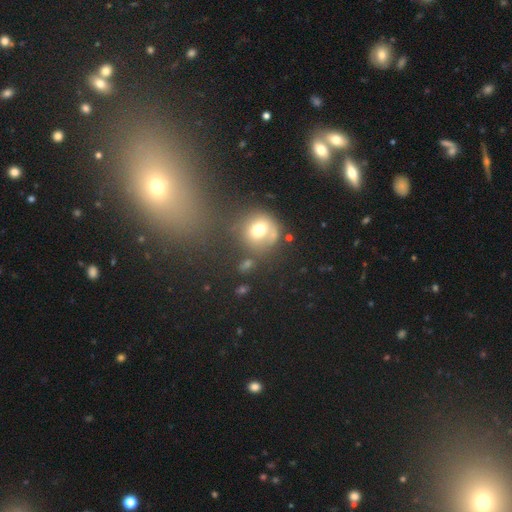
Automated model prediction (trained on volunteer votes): Morphology: type=smooth (45%); merging=none (72%).